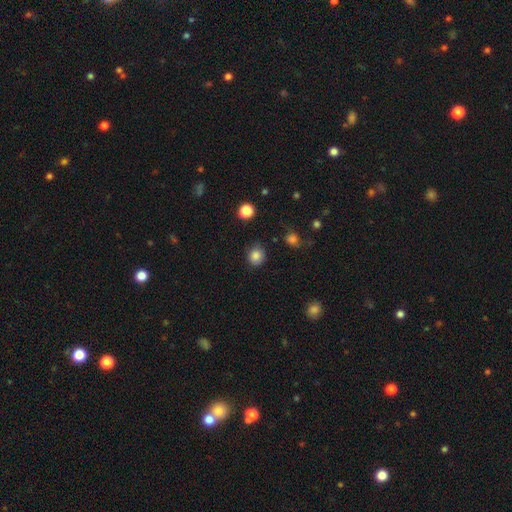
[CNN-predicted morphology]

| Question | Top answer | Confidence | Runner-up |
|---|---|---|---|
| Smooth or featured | smooth | 84% | star or artifact (11%) |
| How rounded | round | 83% | in between (16%) |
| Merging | none | 80% | minor disturbance (14%) |